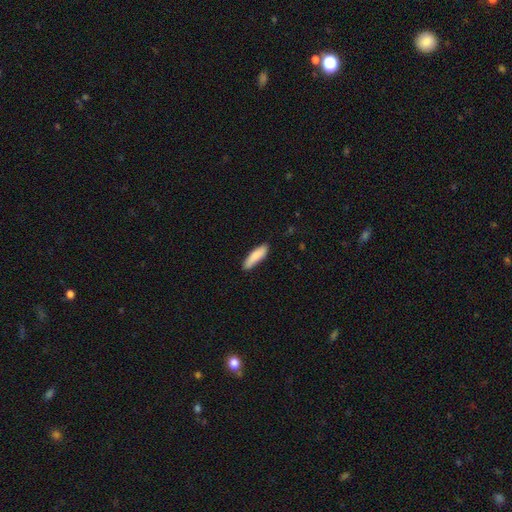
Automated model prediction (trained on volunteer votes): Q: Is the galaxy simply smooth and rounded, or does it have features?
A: smooth — 85%.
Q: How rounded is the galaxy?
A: cigar-shaped — 67%.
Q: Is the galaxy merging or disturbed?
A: none — 82%.